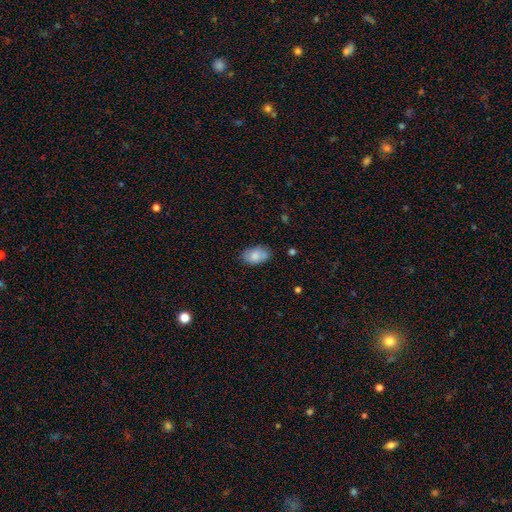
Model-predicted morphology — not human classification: smooth_or_featured: smooth (p=0.81) [alt: featured or disk p=0.12]
how_rounded: in between (p=0.91) [alt: round p=0.07]
merging: none (p=0.79) [alt: minor disturbance p=0.16]